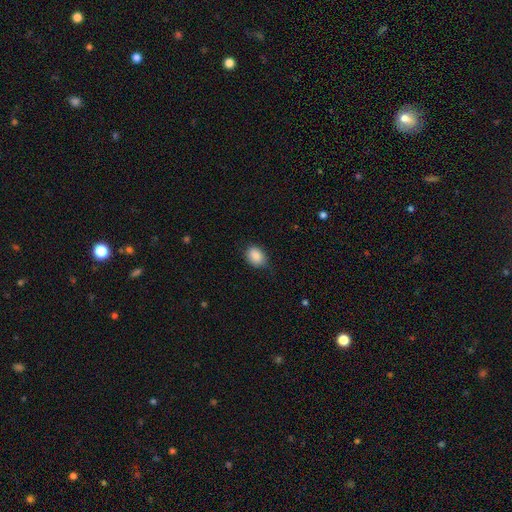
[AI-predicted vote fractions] Smooth or featured?
  - smooth: 88% *
  - star or artifact: 8%
  - featured or disk: 4%
How rounded?
  - in between: 69% *
  - round: 30%
  - cigar-shaped: 1%
Merging?
  - none: 73% *
  - minor disturbance: 22%
  - major disturbance: 4%
  - merger: 1%